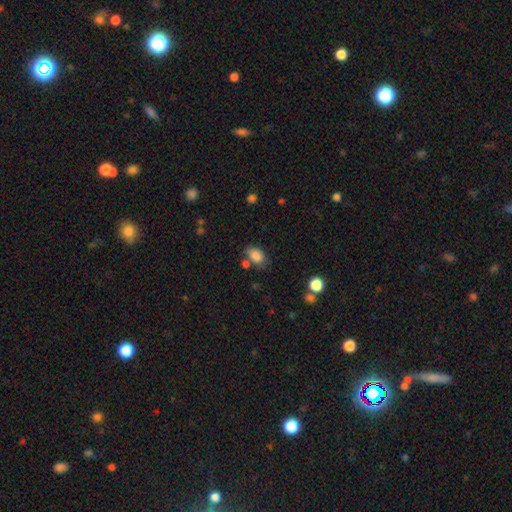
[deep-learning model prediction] Smooth or featured: smooth — 85% (star or artifact — 9%)
How rounded: in between — 85% (round — 14%)
Merging: none — 62% (minor disturbance — 20%)